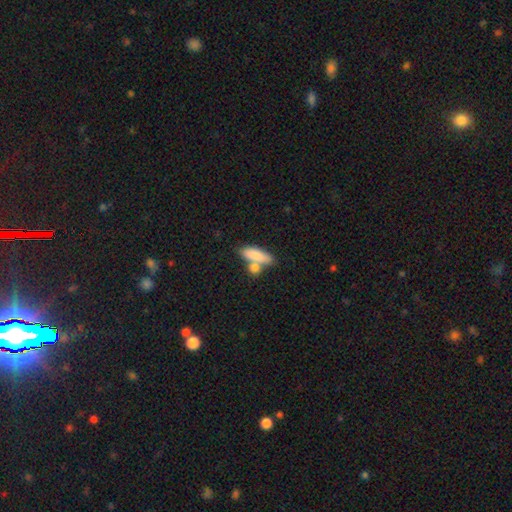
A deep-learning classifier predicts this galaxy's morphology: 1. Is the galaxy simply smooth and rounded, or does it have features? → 80% smooth, 13% featured or disk, 6% star or artifact.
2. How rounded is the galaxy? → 59% in between, 36% cigar-shaped, 4% round.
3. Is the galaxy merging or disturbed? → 46% none, 37% merger, 12% minor disturbance, 4% major disturbance.